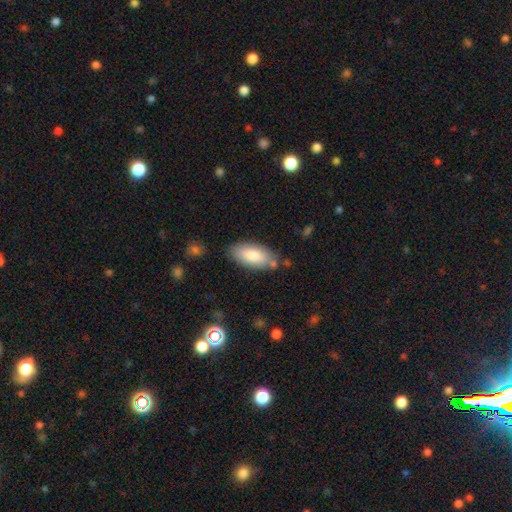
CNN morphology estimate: A smooth galaxy with no disk features (83%) that is in between round and cigar-shaped (89%).

Vote fractions:
- Smooth or featured? smooth: 83% / featured or disk: 11% / star or artifact: 6%
- How rounded? in between: 89% / cigar-shaped: 9% / round: 2%
- Merging? none: 76% / minor disturbance: 15% / merger: 5% / major disturbance: 4%